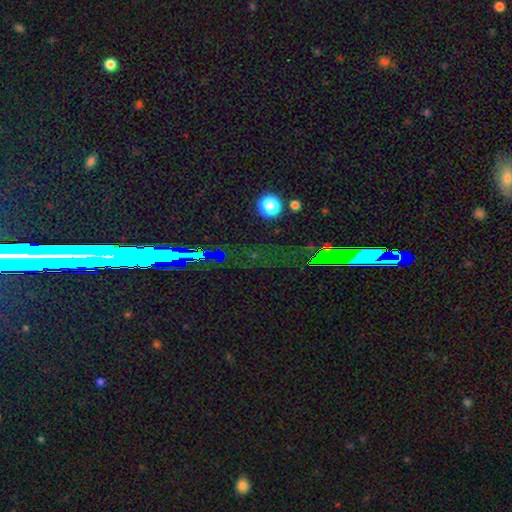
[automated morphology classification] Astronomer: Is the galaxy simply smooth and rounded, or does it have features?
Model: star or artifact — 79%.